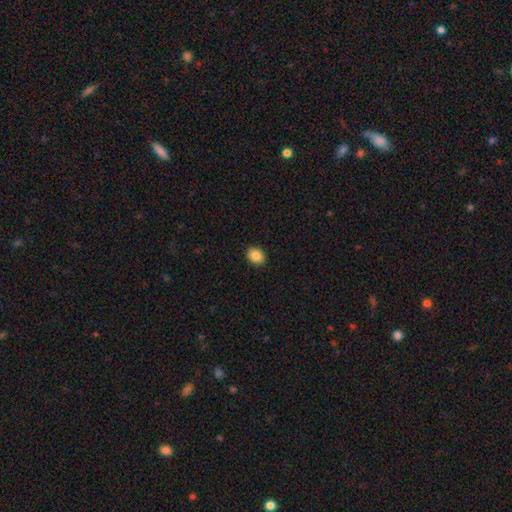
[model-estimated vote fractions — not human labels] smooth-or-featured: smooth: 86% | star or artifact: 8% | featured or disk: 6%
  how-rounded: in between: 56% | round: 43% | cigar-shaped: 1%
  merging: none: 91% | minor disturbance: 6% | major disturbance: 2% | merger: 1%